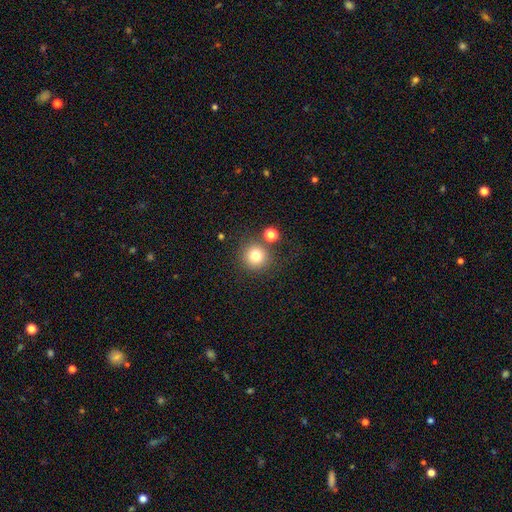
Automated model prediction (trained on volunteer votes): This is likely a smooth galaxy (78%). How rounded: clearly round (95%). Merging: likely none (78%).